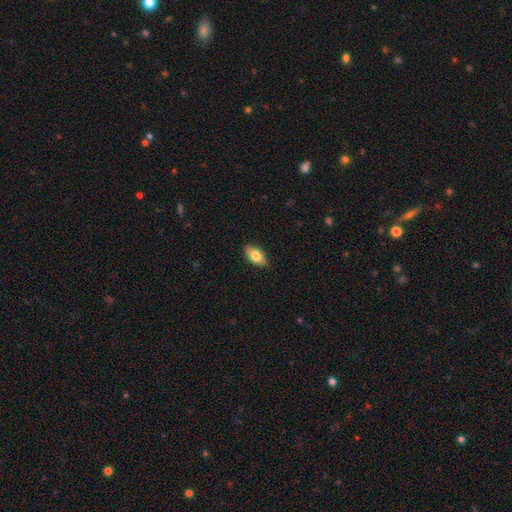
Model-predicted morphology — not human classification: Overall: smooth (77%). How rounded: in between (91%). Merging: none (88%).